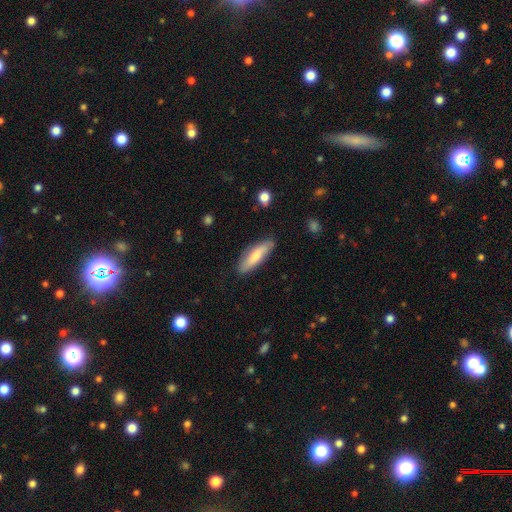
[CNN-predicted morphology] This appears to be a smooth galaxy with no disk features (69%) that is cigar-shaped (55%). Merging: none (81%).